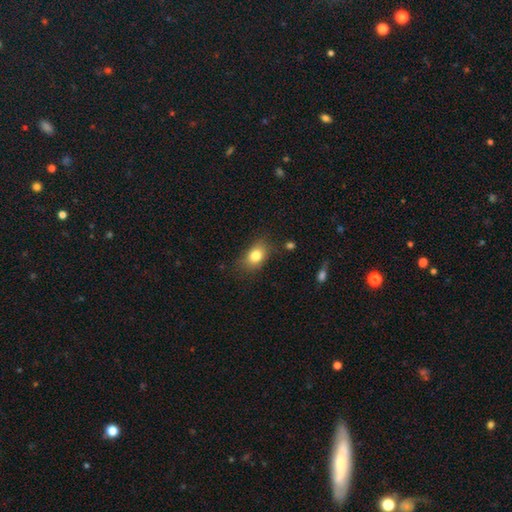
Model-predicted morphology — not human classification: smooth_or_featured: smooth (p=0.80) [alt: featured or disk p=0.10]
how_rounded: in between (p=0.77) [alt: round p=0.22]
merging: none (p=0.76) [alt: minor disturbance p=0.18]